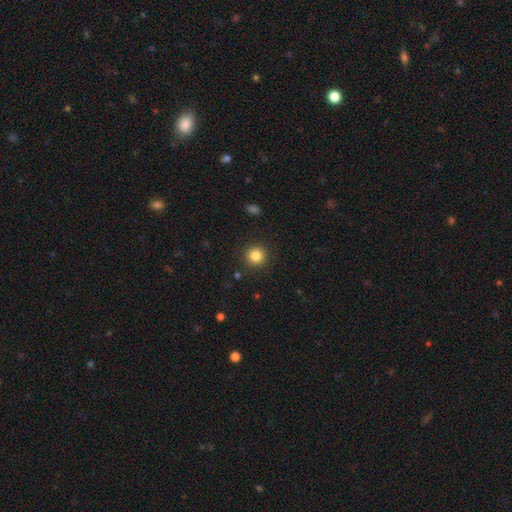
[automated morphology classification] This is clearly a smooth galaxy (84%). How rounded: clearly round (94%). Merging: clearly none (91%).